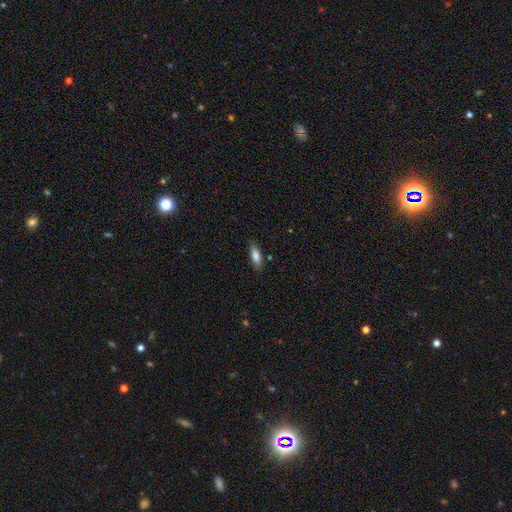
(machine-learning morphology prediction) A smooth galaxy with no disk features (81%) that is in between round and cigar-shaped (59%). Merging: none (82%).